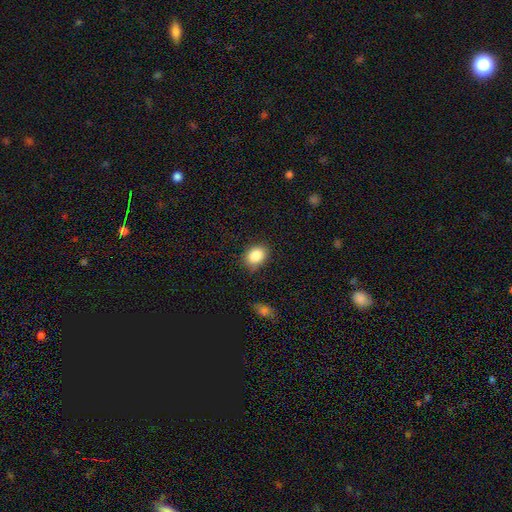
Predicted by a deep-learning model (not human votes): Morphology: type=smooth (85%); roundness=in between (62%); merging=none (81%).